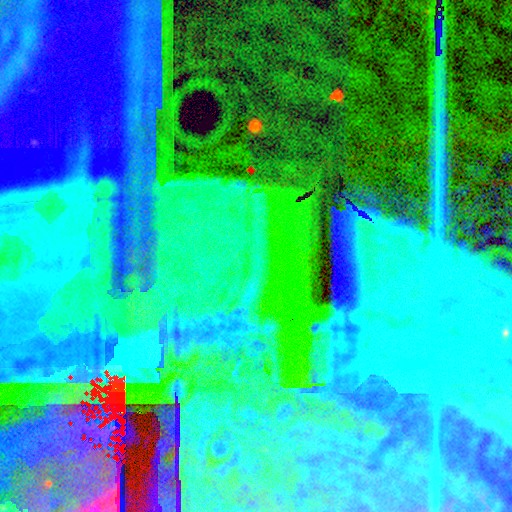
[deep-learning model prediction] Smooth or featured?
  - star or artifact: 85% *
  - featured or disk: 8%
  - smooth: 7%